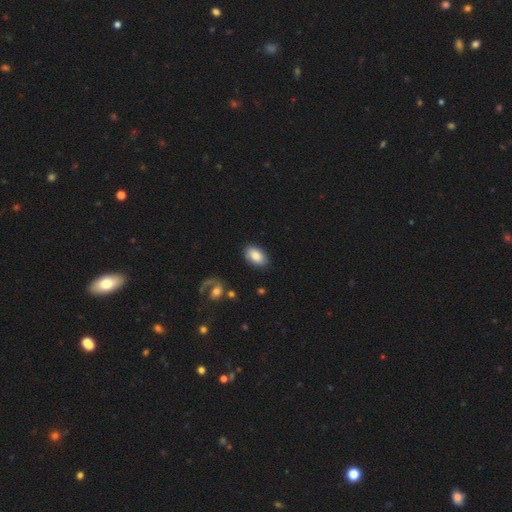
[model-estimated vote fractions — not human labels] This appears to be a smooth galaxy with no disk features (83%) that is in between round and cigar-shaped (94%). Merging: none (85%).